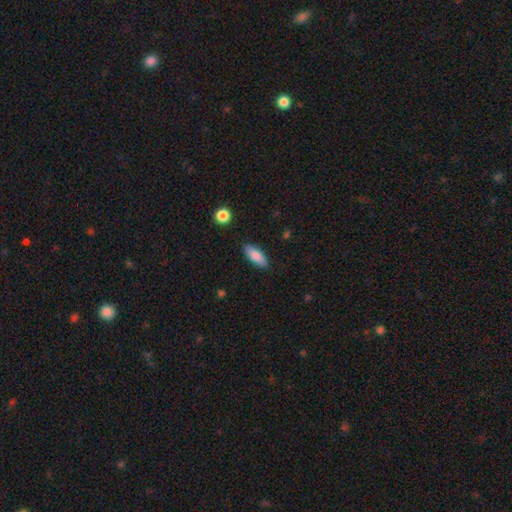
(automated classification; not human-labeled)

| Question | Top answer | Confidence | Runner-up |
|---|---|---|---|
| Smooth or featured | smooth | 83% | featured or disk (11%) |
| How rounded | in between | 76% | cigar-shaped (22%) |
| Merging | none | 86% | minor disturbance (10%) |